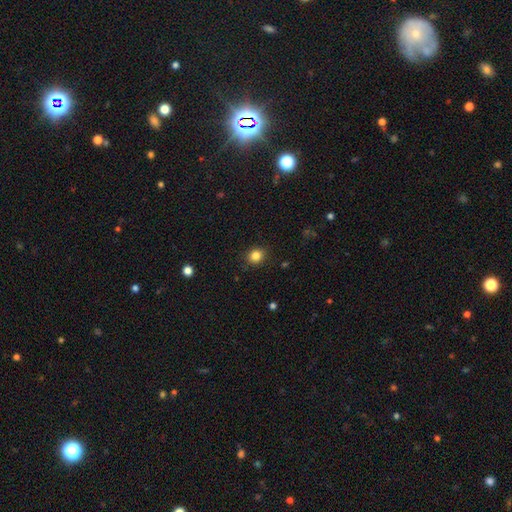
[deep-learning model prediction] A smooth galaxy with no disk features (84%) that is round (77%).

Vote fractions:
- Smooth or featured? smooth: 84% / star or artifact: 11% / featured or disk: 5%
- How rounded? round: 77% / in between: 22% / cigar-shaped: 1%
- Merging? none: 89% / minor disturbance: 8% / major disturbance: 2% / merger: 1%